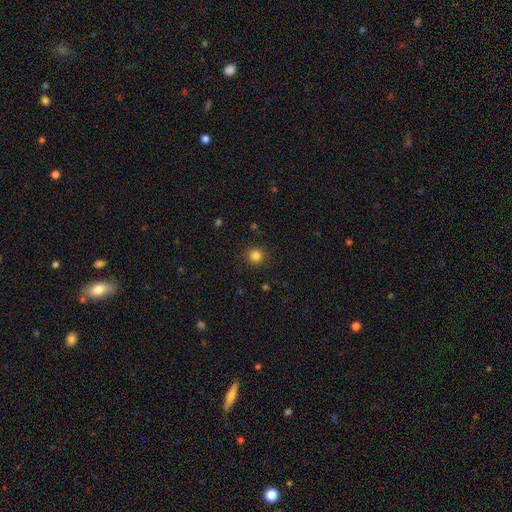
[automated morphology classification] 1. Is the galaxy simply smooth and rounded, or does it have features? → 83% smooth, 12% star or artifact, 5% featured or disk.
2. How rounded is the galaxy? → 92% round, 8% in between, 1% cigar-shaped.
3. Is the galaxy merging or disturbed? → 90% none, 7% minor disturbance, 2% major disturbance, 1% merger.